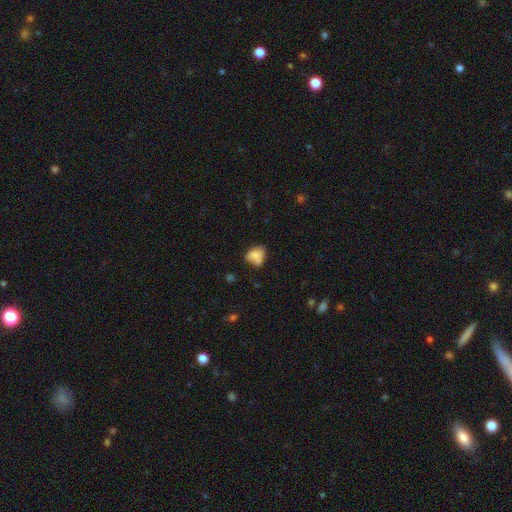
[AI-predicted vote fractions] Smooth or featured?
  - smooth: 69% *
  - featured or disk: 21%
  - star or artifact: 10%
How rounded?
  - in between: 65% *
  - round: 33%
  - cigar-shaped: 1%
Merging?
  - none: 36% *
  - merger: 28%
  - minor disturbance: 25%
  - major disturbance: 11%